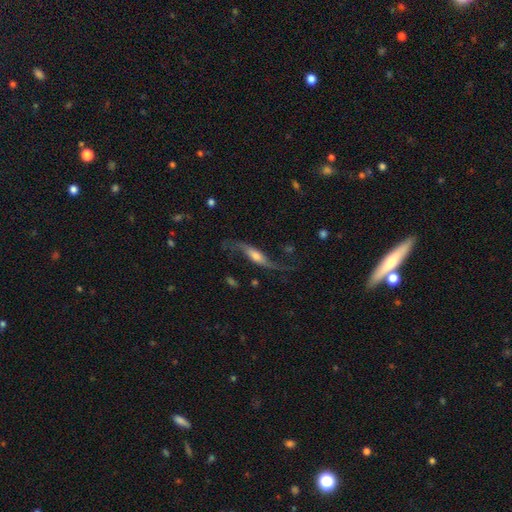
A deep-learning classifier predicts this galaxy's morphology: featured or disk 79%, smooth 14%, star or artifact 7%. Down the decision tree: edge-on disk — no (63%); merging — none (62%).